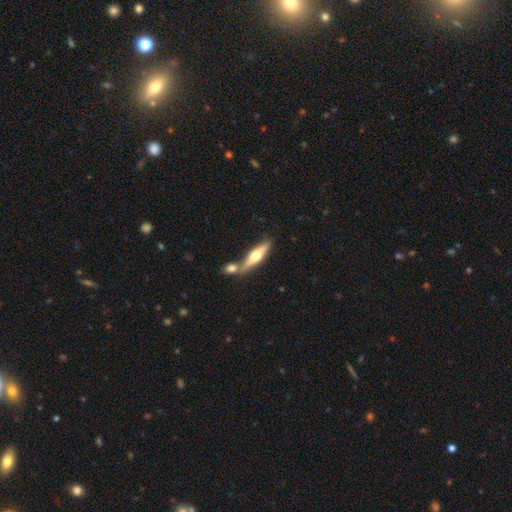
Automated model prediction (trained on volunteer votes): Smooth or featured?
  - featured or disk: 48% *
  - smooth: 47%
  - star or artifact: 5%
Merging?
  - none: 48% *
  - merger: 37%
  - minor disturbance: 11%
  - major disturbance: 4%